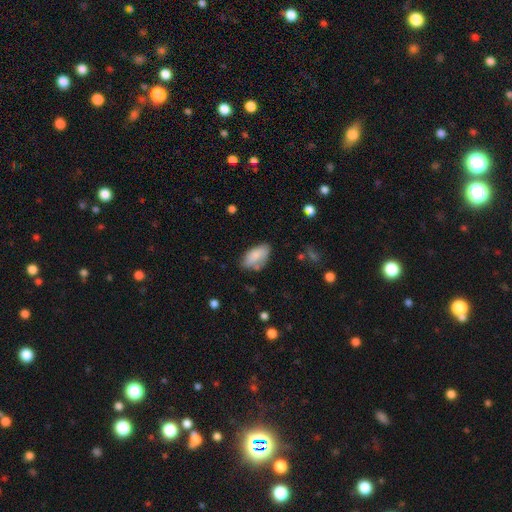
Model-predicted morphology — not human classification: A smooth galaxy with no disk features (76%) that is in between round and cigar-shaped (92%).

Vote fractions:
- Smooth or featured? smooth: 76% / featured or disk: 17% / star or artifact: 7%
- How rounded? in between: 92% / cigar-shaped: 4% / round: 4%
- Merging? none: 59% / minor disturbance: 29% / major disturbance: 8% / merger: 4%